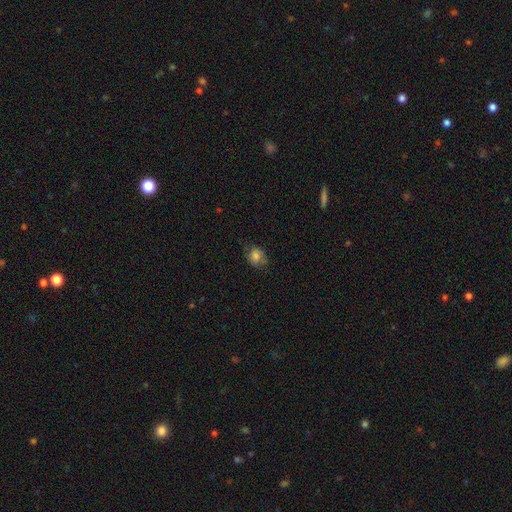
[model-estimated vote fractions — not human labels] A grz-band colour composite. It shows a smooth galaxy with no disk features (76%) that is round (53%). Merging: none (65%).